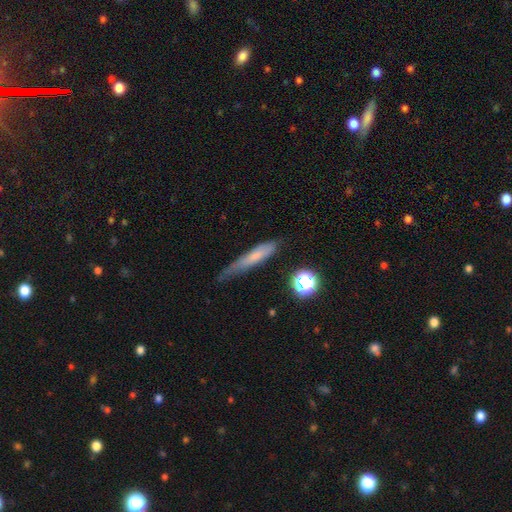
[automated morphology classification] The model was most divided on "merging": none: 52%, minor disturbance: 34%, major disturbance: 12%, merger: 3%. More confident: how rounded — cigar-shaped (86%); smooth or featured — smooth (60%).